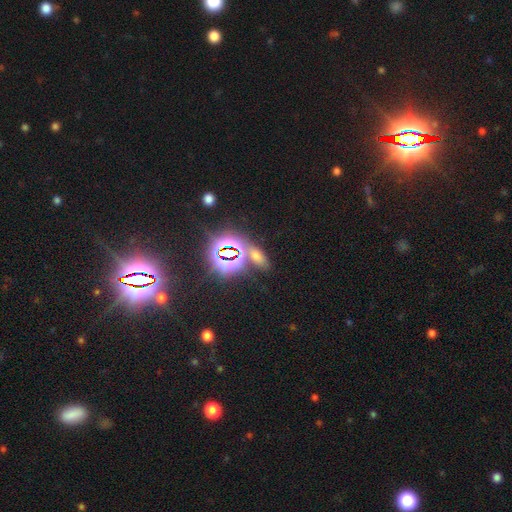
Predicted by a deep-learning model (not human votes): A star or artifact, not a galaxy (50%).